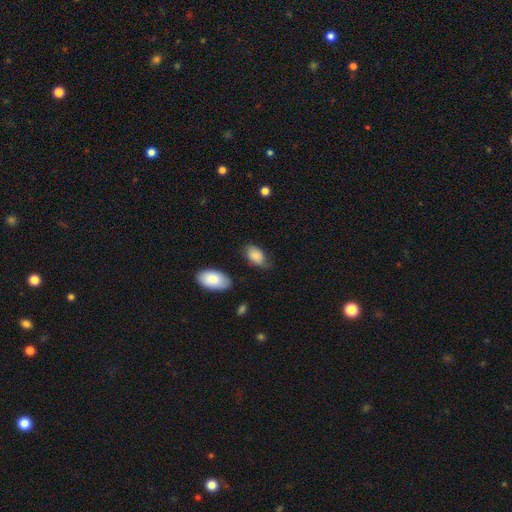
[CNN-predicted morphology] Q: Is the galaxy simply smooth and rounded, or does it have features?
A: smooth — 86%.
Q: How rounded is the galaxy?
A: in between — 93%.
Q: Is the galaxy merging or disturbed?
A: none — 66%.